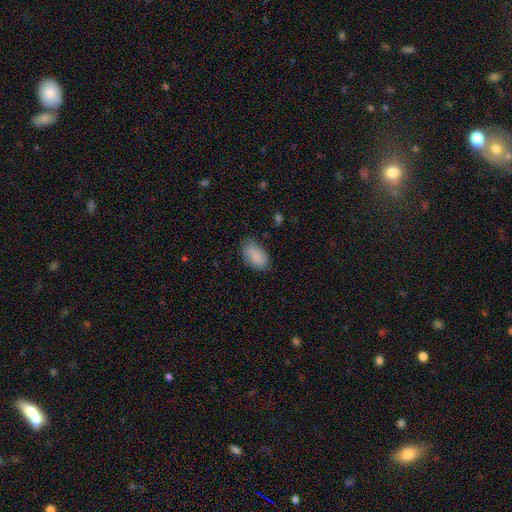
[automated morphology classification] A smooth galaxy with no disk features (87%) that is in between round and cigar-shaped (93%).

Vote fractions:
- Smooth or featured? smooth: 87% / featured or disk: 7% / star or artifact: 7%
- How rounded? in between: 93% / round: 6% / cigar-shaped: 2%
- Merging? none: 73% / minor disturbance: 21% / major disturbance: 5% / merger: 1%